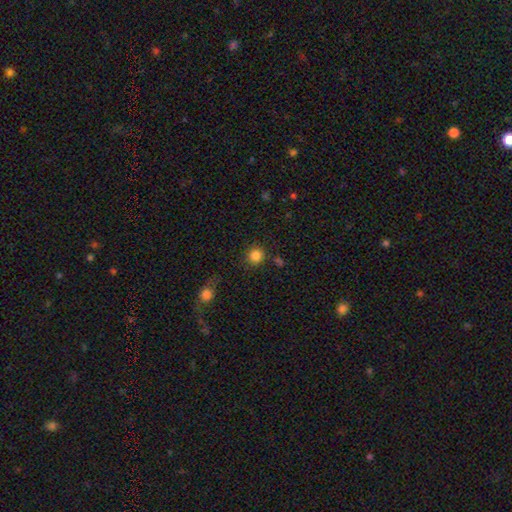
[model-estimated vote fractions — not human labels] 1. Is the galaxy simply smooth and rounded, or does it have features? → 84% smooth, 11% star or artifact, 5% featured or disk.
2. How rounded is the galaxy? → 90% round, 9% in between, 1% cigar-shaped.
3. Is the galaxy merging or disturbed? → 84% none, 9% minor disturbance, 4% merger, 3% major disturbance.